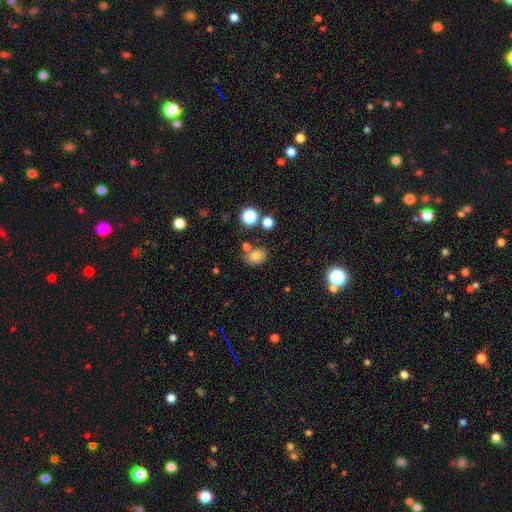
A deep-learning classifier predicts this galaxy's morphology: Smooth or featured? Predicted: smooth (p=0.78). How rounded? Predicted: in between (p=0.71). Merging? Predicted: none (p=0.67).